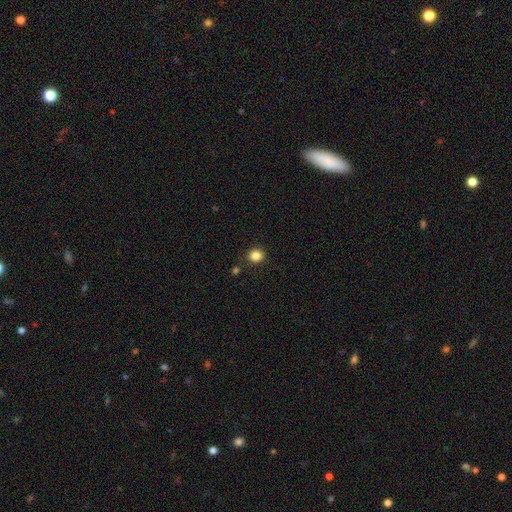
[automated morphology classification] Smooth or featured? Predicted: smooth (p=0.85). How rounded? Predicted: round (p=0.80). Merging? Predicted: none (p=0.87).